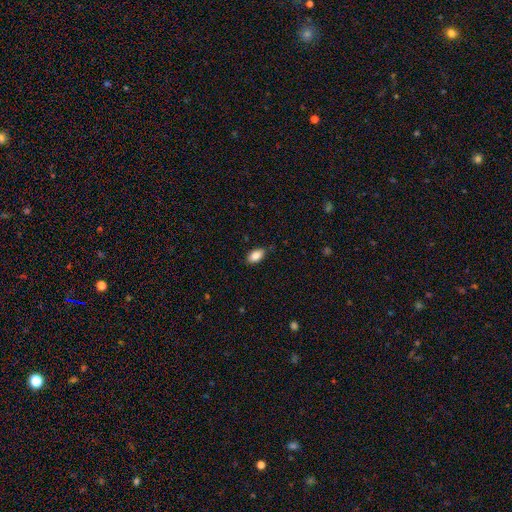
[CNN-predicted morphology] Smooth or featured? smooth (86%)
How rounded? in between (93%)
Merging? none (83%)